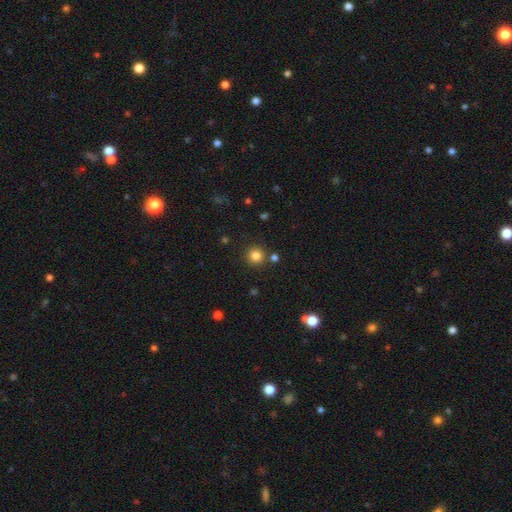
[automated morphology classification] smooth_or_featured: smooth (p=0.82) [alt: star or artifact p=0.13]
how_rounded: round (p=0.95) [alt: in between p=0.04]
merging: none (p=0.86) [alt: minor disturbance p=0.06]